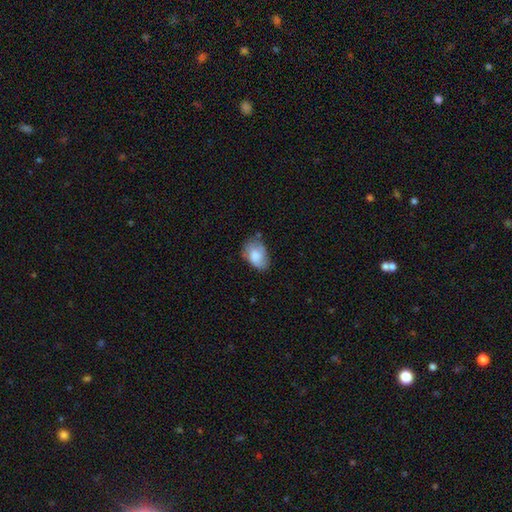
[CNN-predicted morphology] A smooth galaxy with no disk features (74%) that is in between round and cigar-shaped (85%). Merging: none (50%).